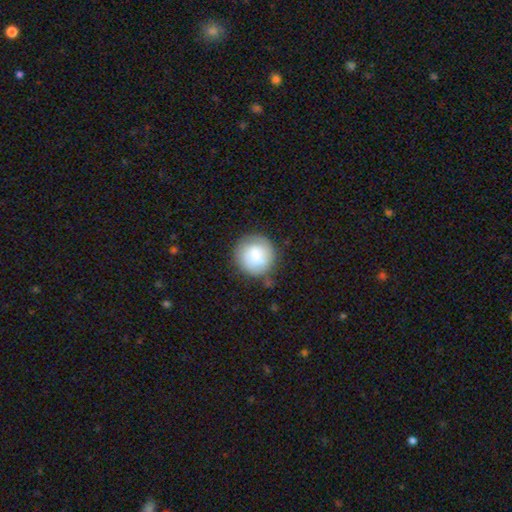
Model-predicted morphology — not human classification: Q: Smooth or featured?
A: smooth (74%); runner-up: featured or disk (20%)
Q: How rounded?
A: round (94%); runner-up: in between (5%)
Q: Merging?
A: none (75%); runner-up: minor disturbance (16%)